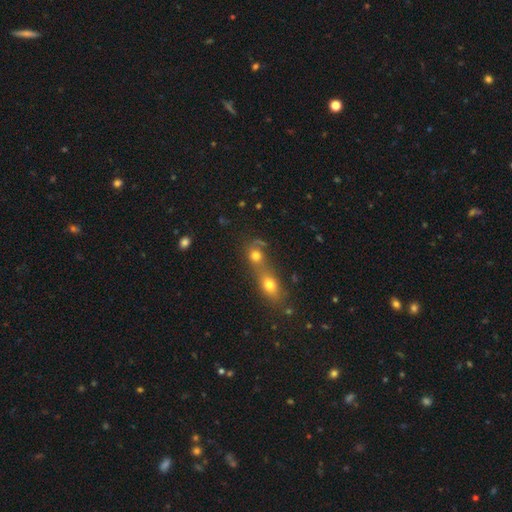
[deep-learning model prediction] A smooth galaxy with no disk features (71%) that is round (65%).

Vote fractions:
- Smooth or featured? smooth: 71% / star or artifact: 15% / featured or disk: 14%
- How rounded? round: 65% / in between: 32% / cigar-shaped: 3%
- Merging? merger: 60% / none: 28% / minor disturbance: 7% / major disturbance: 5%